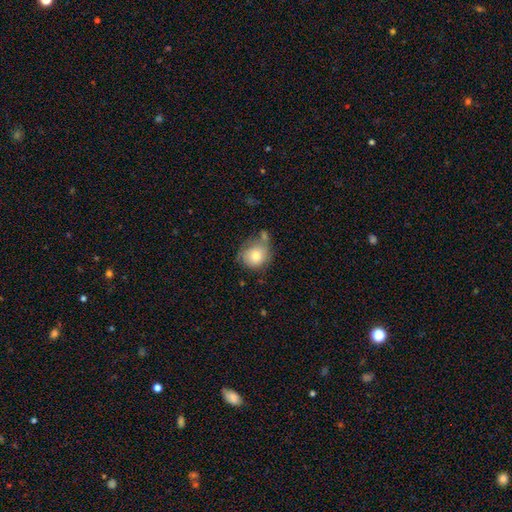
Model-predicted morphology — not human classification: Smooth or featured?
  - smooth: 74% *
  - featured or disk: 18%
  - star or artifact: 8%
How rounded?
  - round: 77% *
  - in between: 22%
  - cigar-shaped: 1%
Merging?
  - none: 49% *
  - minor disturbance: 24%
  - merger: 17%
  - major disturbance: 9%